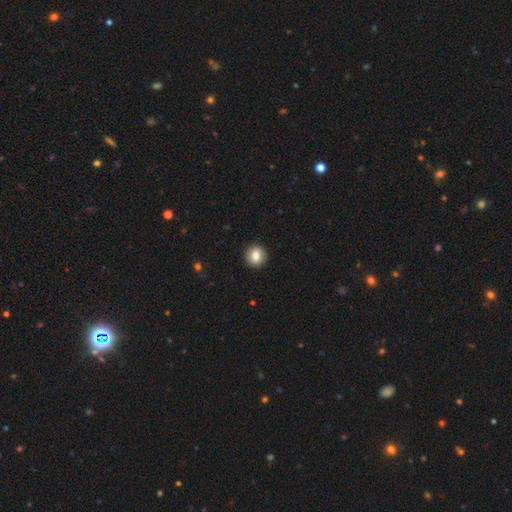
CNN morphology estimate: smooth_or_featured: smooth (p=0.80) [alt: featured or disk p=0.11]
how_rounded: round (p=0.87) [alt: in between p=0.12]
merging: none (p=0.92) [alt: minor disturbance p=0.06]